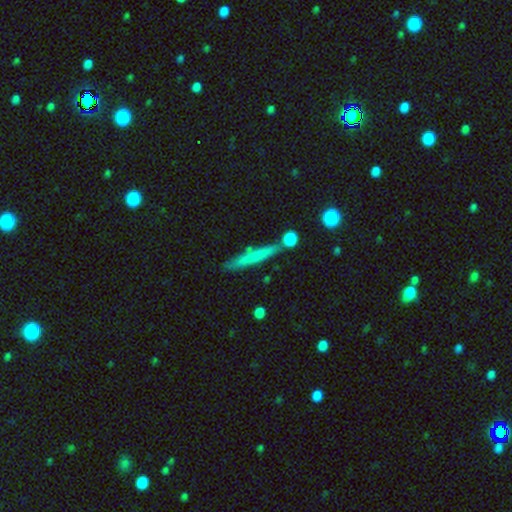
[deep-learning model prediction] This is likely a smooth galaxy (65%). How rounded: clearly cigar-shaped (95%). Merging: likely none (79%).